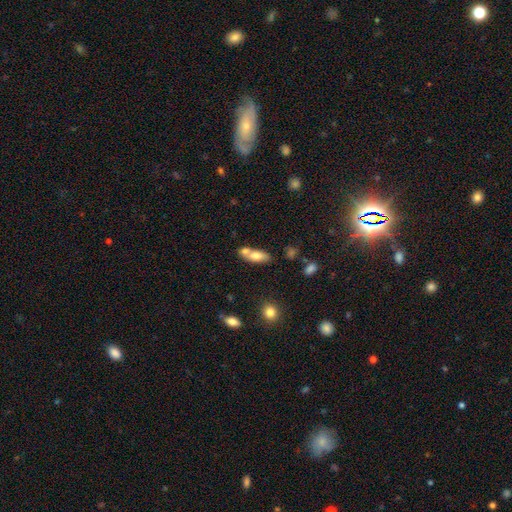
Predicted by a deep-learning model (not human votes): Overall: smooth (73%). How rounded: in between (78%). Merging: merger (43%; none 42%).